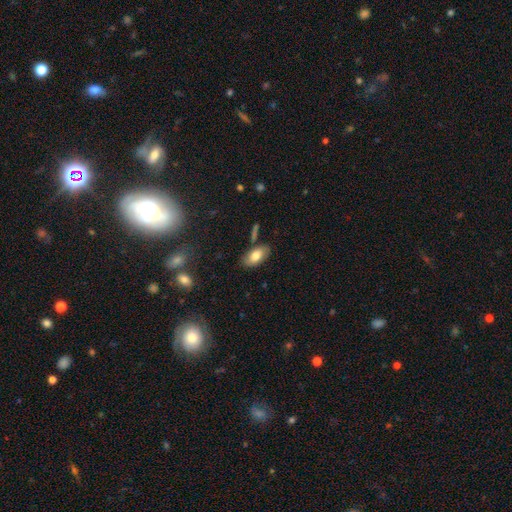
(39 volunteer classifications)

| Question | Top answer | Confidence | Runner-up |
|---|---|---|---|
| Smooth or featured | smooth | 72% | featured or disk (18%) |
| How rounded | in between | 89% | round (7%) |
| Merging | none | 71% | minor disturbance (17%) |